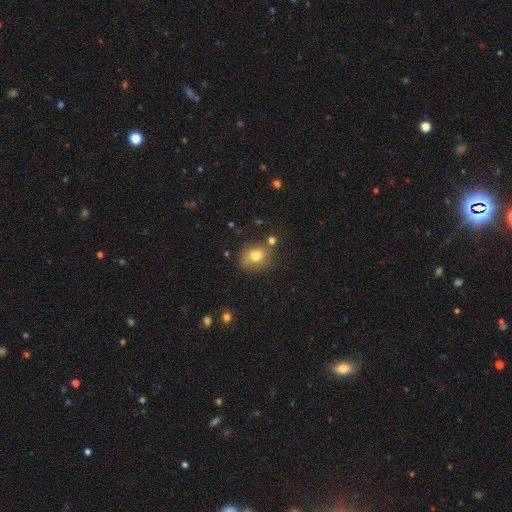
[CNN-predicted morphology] smooth_or_featured: smooth (p=0.78) [alt: star or artifact p=0.12]
how_rounded: round (p=0.63) [alt: in between p=0.36]
merging: none (p=0.71) [alt: minor disturbance p=0.15]